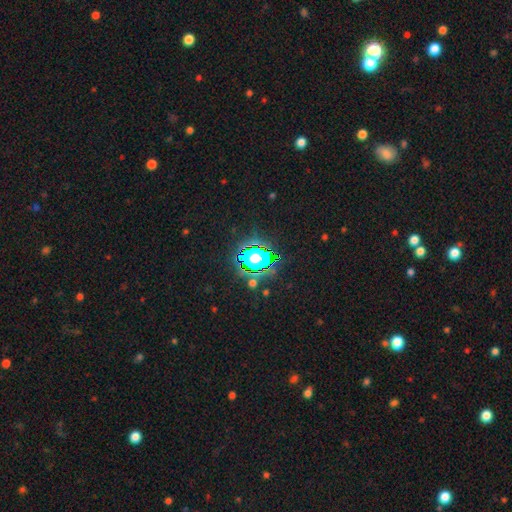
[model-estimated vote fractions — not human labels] Smooth or featured? Predicted: star or artifact (p=0.64).